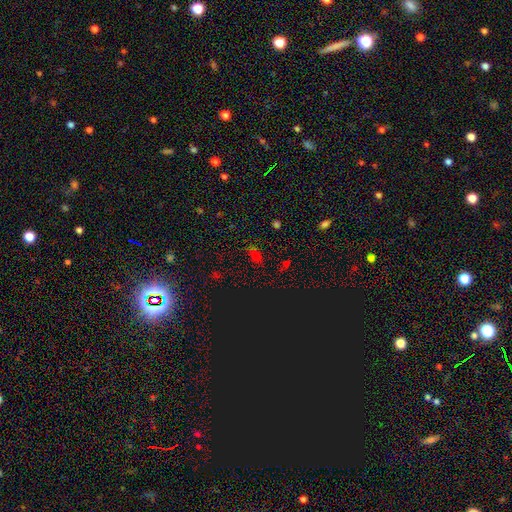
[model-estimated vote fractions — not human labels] Overall: smooth (47%; star or artifact 43%). Merging: none (67%).